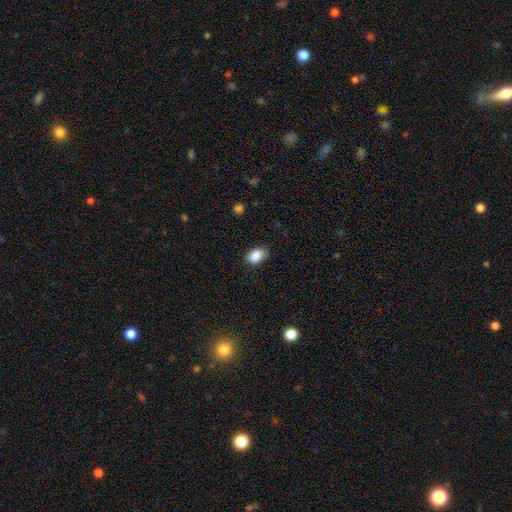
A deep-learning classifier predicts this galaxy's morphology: This appears to be a smooth galaxy with no disk features (88%) that is in between round and cigar-shaped (85%). Merging: none (79%).